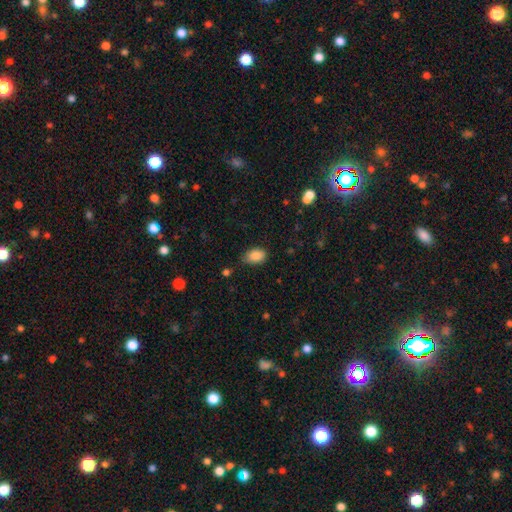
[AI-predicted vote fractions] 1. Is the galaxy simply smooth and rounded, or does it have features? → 87% smooth, 8% star or artifact, 5% featured or disk.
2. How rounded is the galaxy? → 87% in between, 12% round, 1% cigar-shaped.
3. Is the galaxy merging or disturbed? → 74% none, 20% minor disturbance, 3% major disturbance, 2% merger.